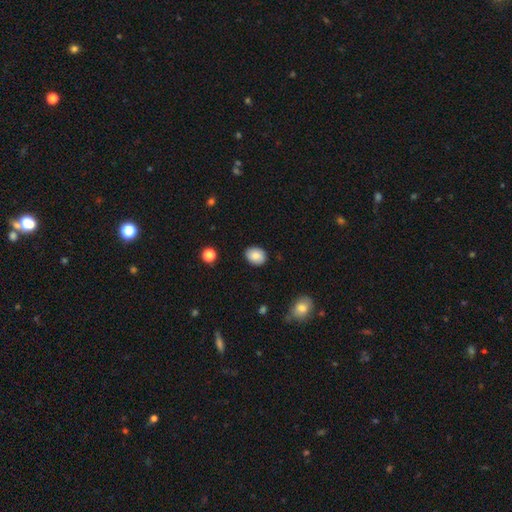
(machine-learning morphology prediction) smooth_or_featured: smooth (p=0.84) [alt: featured or disk p=0.08]
how_rounded: in between (p=0.56) [alt: round p=0.43]
merging: none (p=0.87) [alt: minor disturbance p=0.10]